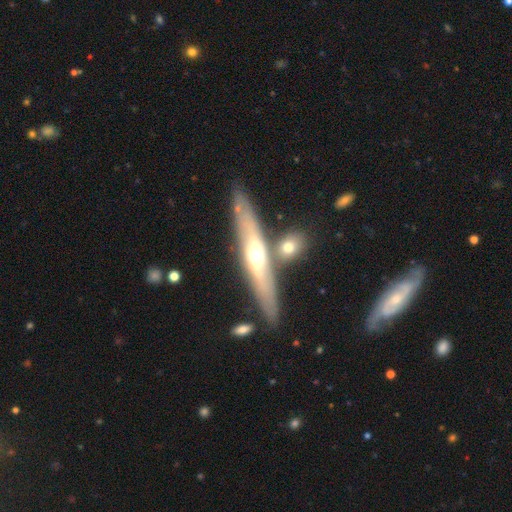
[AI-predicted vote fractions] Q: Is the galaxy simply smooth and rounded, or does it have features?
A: featured or disk — 68%.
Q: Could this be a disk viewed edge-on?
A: yes — 85%.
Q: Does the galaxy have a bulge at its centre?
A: rounded — 85%.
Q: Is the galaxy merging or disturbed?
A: none — 76%.